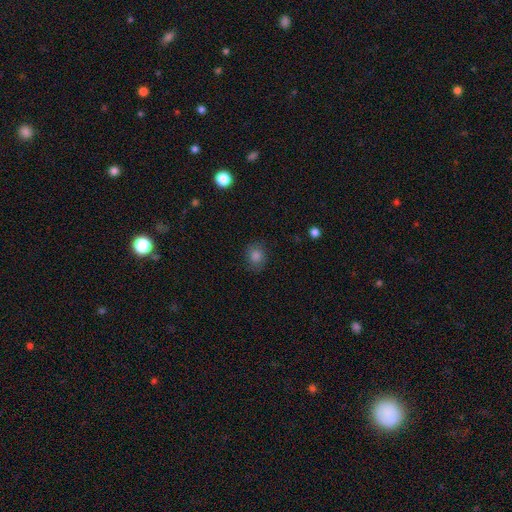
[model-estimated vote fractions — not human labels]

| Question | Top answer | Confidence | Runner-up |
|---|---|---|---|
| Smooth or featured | smooth | 80% | star or artifact (13%) |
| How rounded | round | 73% | in between (26%) |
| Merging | none | 82% | minor disturbance (13%) |